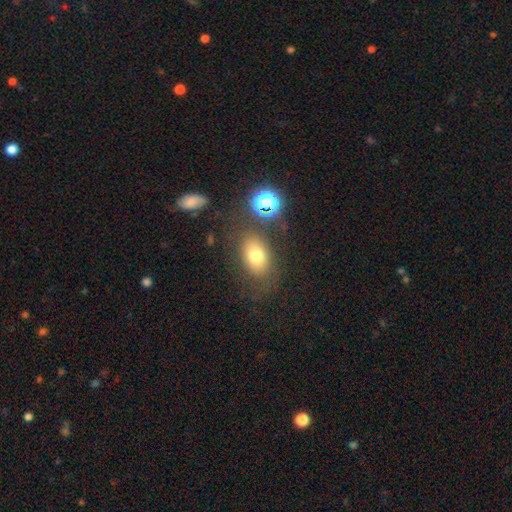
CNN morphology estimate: Smooth or featured? Predicted: smooth (p=0.72). How rounded? Predicted: in between (p=0.79). Merging? Predicted: none (p=0.71).